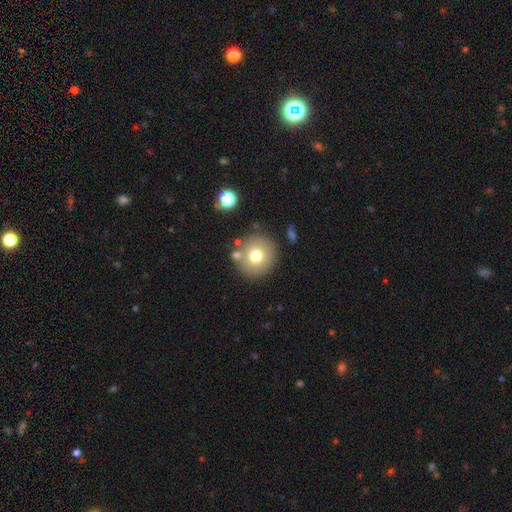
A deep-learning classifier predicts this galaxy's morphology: This is likely a smooth galaxy (72%). How rounded: clearly round (92%). Merging: clearly none (81%).